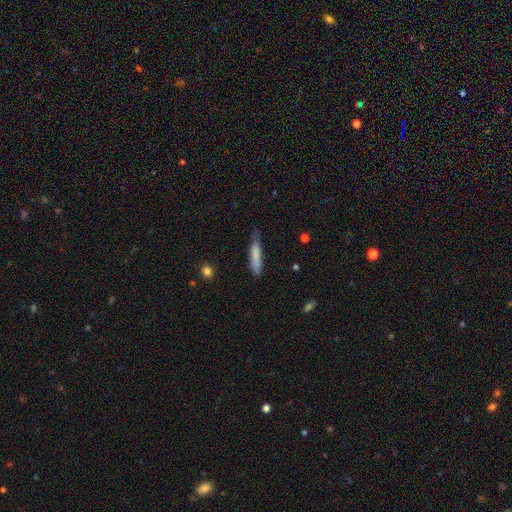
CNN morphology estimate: smooth_or_featured: smooth (p=0.79) [alt: featured or disk p=0.15]
how_rounded: cigar-shaped (p=0.86) [alt: in between p=0.12]
merging: none (p=0.61) [alt: minor disturbance p=0.31]